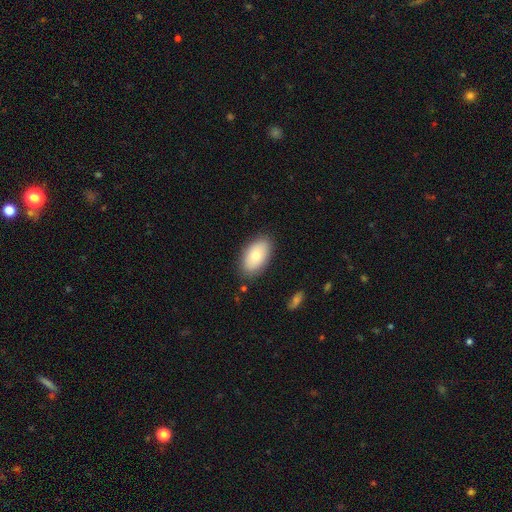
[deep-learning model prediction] Smooth or featured?
  - smooth: 78% *
  - featured or disk: 16%
  - star or artifact: 6%
How rounded?
  - in between: 94% *
  - round: 4%
  - cigar-shaped: 2%
Merging?
  - none: 84% *
  - minor disturbance: 12%
  - major disturbance: 3%
  - merger: 1%